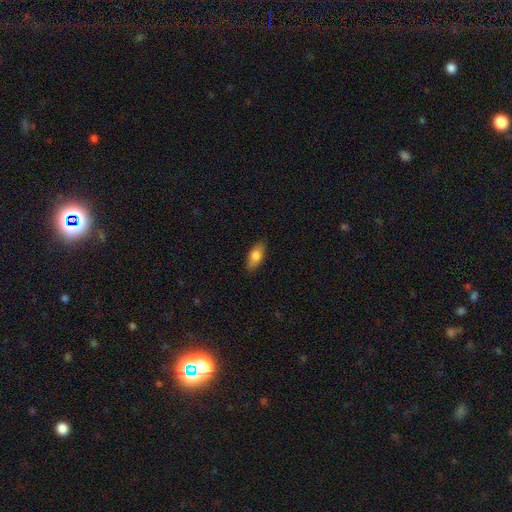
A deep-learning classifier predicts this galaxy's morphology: This appears to be a smooth galaxy with no disk features (78%) that is in between round and cigar-shaped (83%). Merging: none (87%).